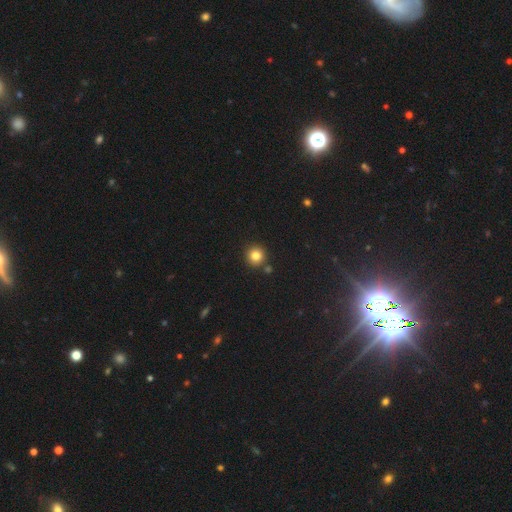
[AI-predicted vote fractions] Smooth or featured? smooth (82%)
How rounded? round (94%)
Merging? none (85%)